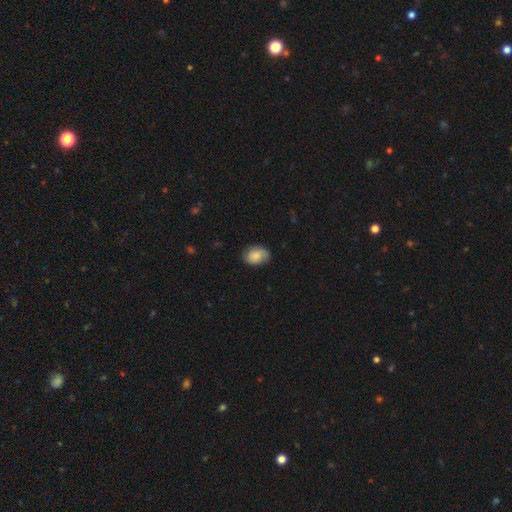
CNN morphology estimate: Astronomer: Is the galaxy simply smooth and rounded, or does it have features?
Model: smooth — 80%.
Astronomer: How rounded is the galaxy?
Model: in between — 74%.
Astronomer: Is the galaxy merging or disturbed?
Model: none — 74%.